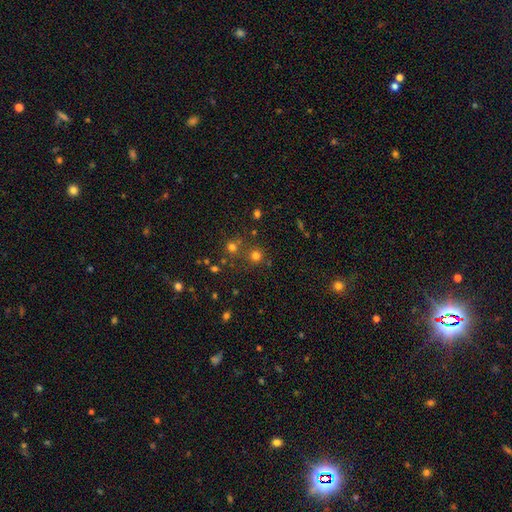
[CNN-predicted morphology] smooth-or-featured: smooth: 70% | star or artifact: 24% | featured or disk: 7%
  how-rounded: round: 92% | in between: 7% | cigar-shaped: 1%
  merging: none: 72% | merger: 17% | minor disturbance: 8% | major disturbance: 4%